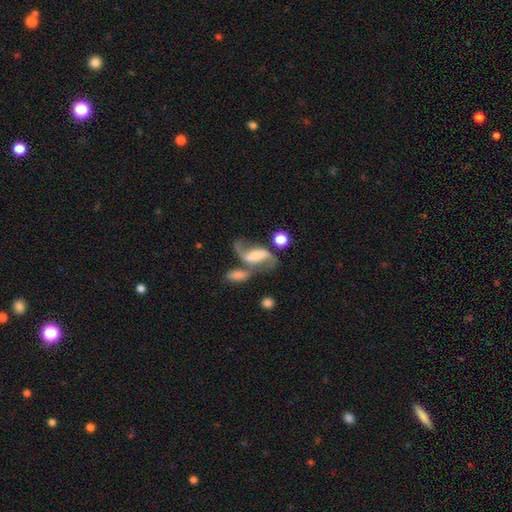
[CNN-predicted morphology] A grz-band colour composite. It shows a featured or disk galaxy (81%) with a weak bar (39%), 2 (90%) loose (71%) spiral arms (94%) and a moderate central bulge (33%). Merging: none (41%).